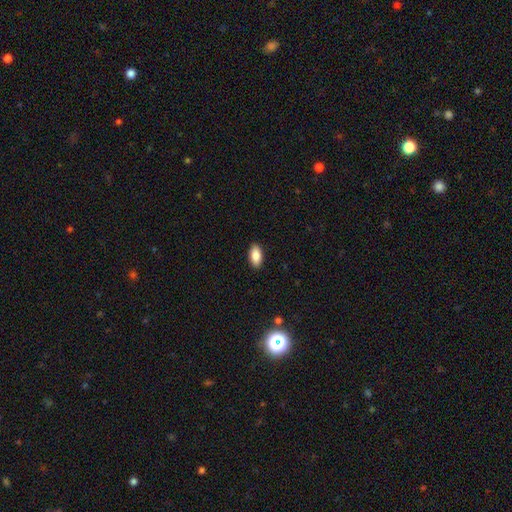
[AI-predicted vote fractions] Smooth or featured? smooth (87%)
How rounded? in between (92%)
Merging? none (91%)